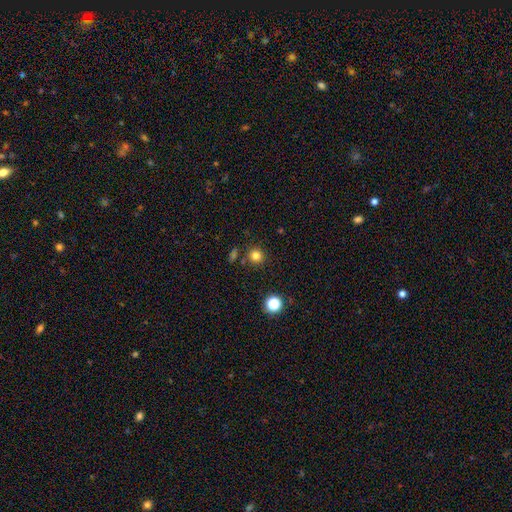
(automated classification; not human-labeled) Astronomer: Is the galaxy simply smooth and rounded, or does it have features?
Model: smooth — 79%.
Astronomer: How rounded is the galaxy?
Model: round — 92%.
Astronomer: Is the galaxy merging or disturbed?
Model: none — 86%.